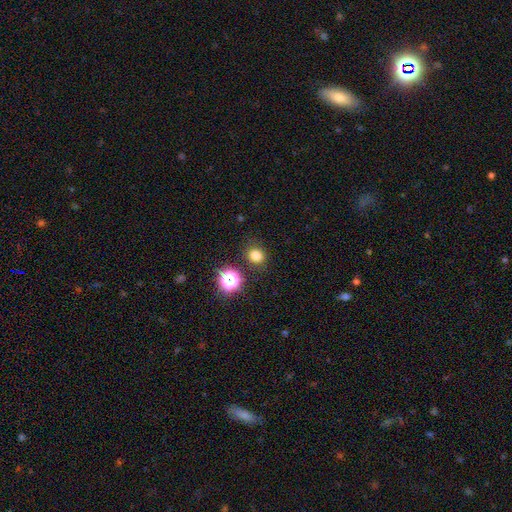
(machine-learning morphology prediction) This appears to be a smooth galaxy with no disk features (76%) that is round (77%). Merging: none (84%).